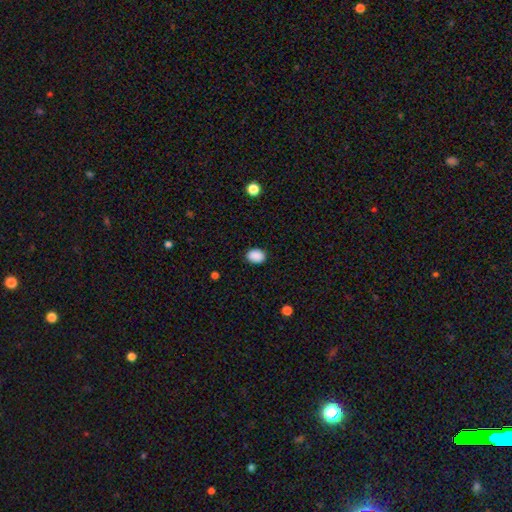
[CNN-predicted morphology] A smooth galaxy with no disk features (89%) that is in between round and cigar-shaped (65%). Merging: none (88%).